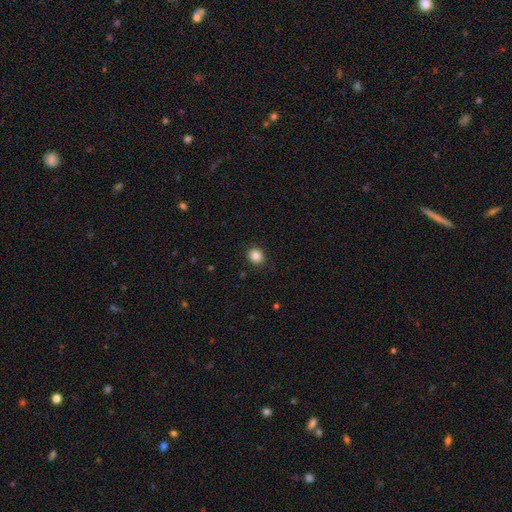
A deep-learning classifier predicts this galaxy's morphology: Smooth or featured: smooth — 85% (star or artifact — 10%)
How rounded: round — 73% (in between — 26%)
Merging: none — 90% (minor disturbance — 7%)